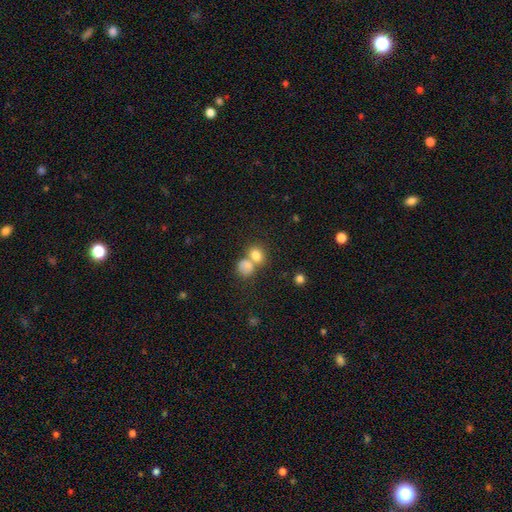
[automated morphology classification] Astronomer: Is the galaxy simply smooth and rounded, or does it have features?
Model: smooth — 79%.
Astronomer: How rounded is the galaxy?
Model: round — 53% (runner-up: in between, 46%).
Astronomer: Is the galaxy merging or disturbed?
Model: merger — 49% (runner-up: none, 38%).